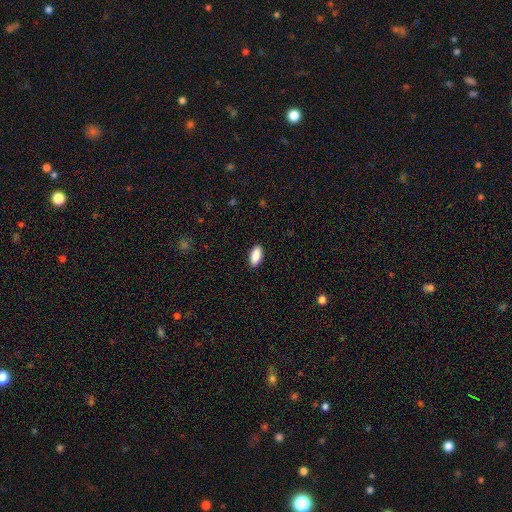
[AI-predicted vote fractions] Smooth or featured: smooth — 90% (star or artifact — 6%)
How rounded: in between — 89% (cigar-shaped — 9%)
Merging: none — 90% (minor disturbance — 8%)